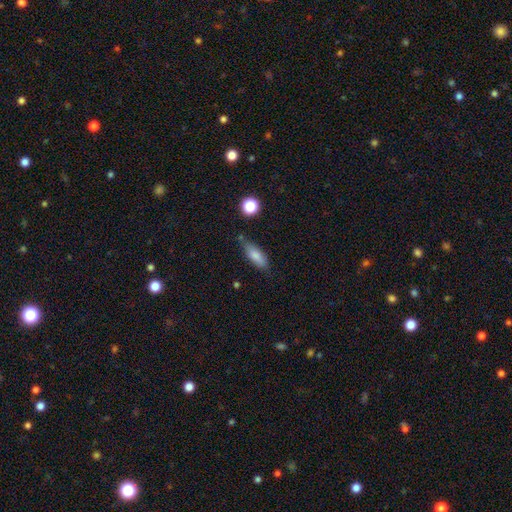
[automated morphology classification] A smooth galaxy with no disk features (78%) that is in between round and cigar-shaped (62%). Merging: none (66%).